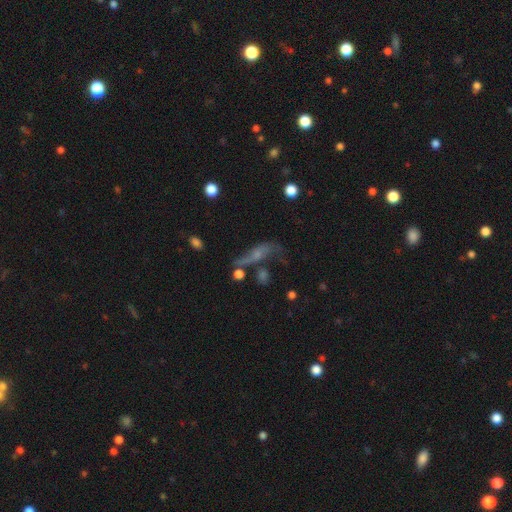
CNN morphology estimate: This appears to be a featured or disk galaxy (49%). Merging: none (37%).